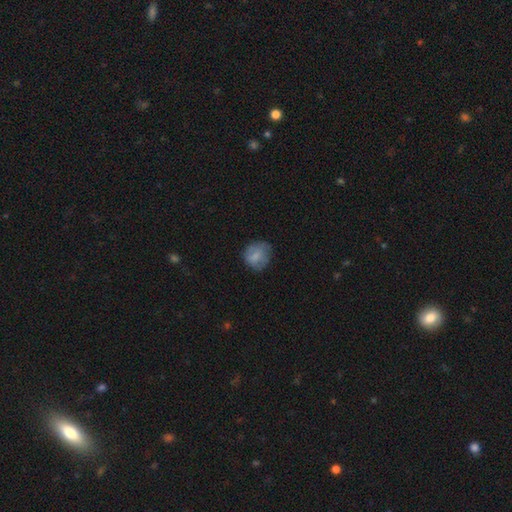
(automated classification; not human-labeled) This appears to be a smooth galaxy with no disk features (74%) that is round (79%). Merging: none (66%).